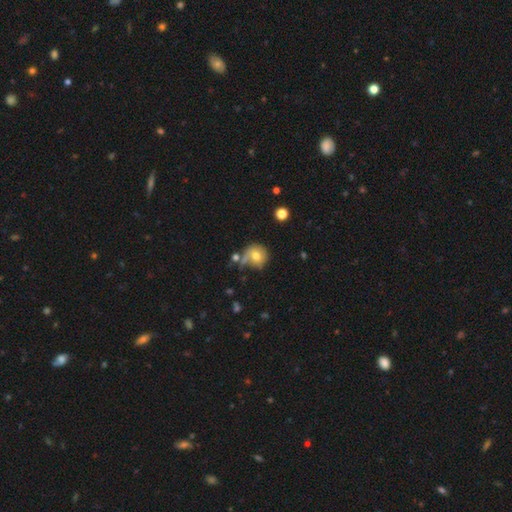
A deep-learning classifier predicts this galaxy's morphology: This is likely a smooth galaxy (71%). How rounded: clearly round (86%). Merging: possibly none (52%).